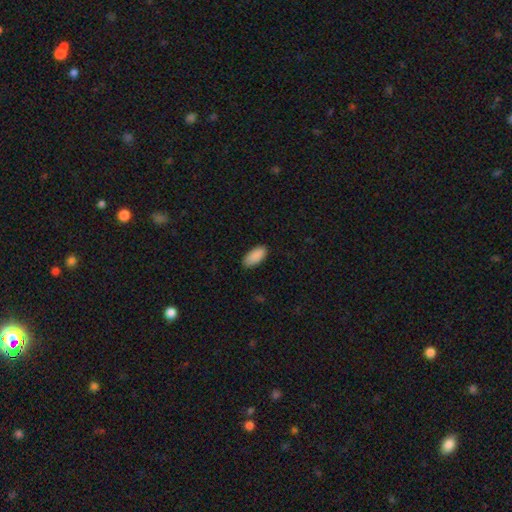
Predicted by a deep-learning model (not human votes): smooth_or_featured: smooth (p=0.90) [alt: star or artifact p=0.06]
how_rounded: in between (p=0.92) [alt: cigar-shaped p=0.07]
merging: none (p=0.85) [alt: minor disturbance p=0.12]